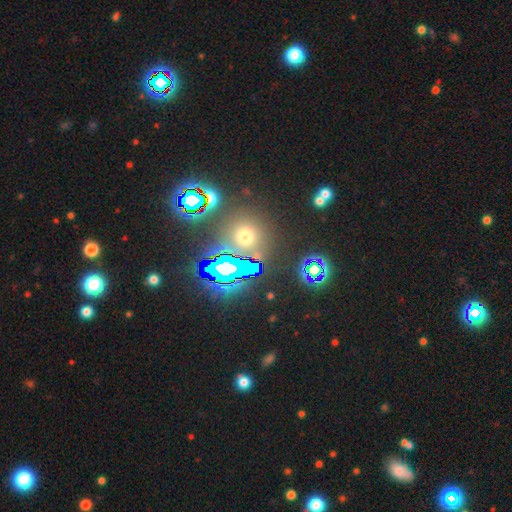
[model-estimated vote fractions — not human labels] Overall: star or artifact (58%; smooth 33%).